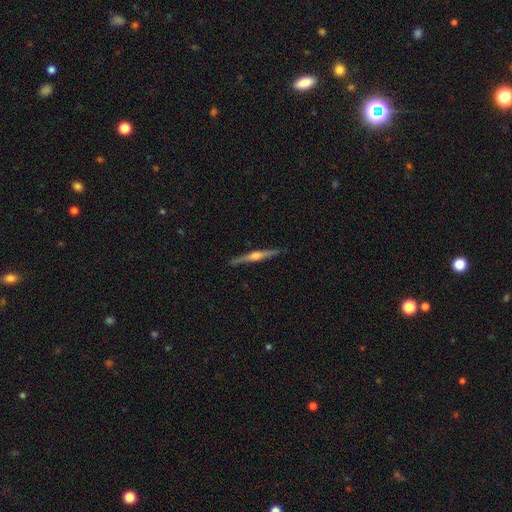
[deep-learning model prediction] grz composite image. It shows a featured or disk galaxy (77%) viewed edge-on (98%) with a rounded central bulge (91%). Merging: none (91%).